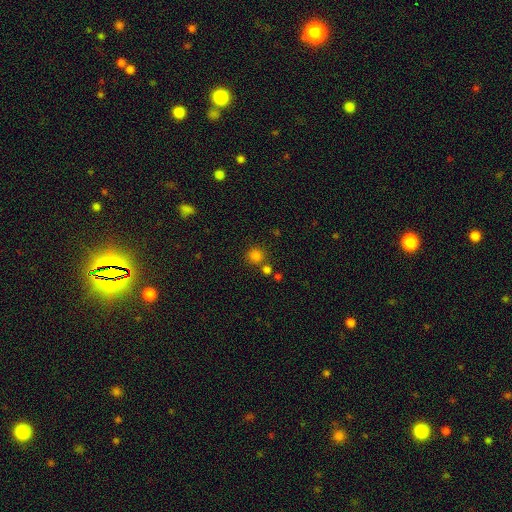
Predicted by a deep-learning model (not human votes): Morphology: type=smooth (79%); roundness=round (90%); merging=none (72%).